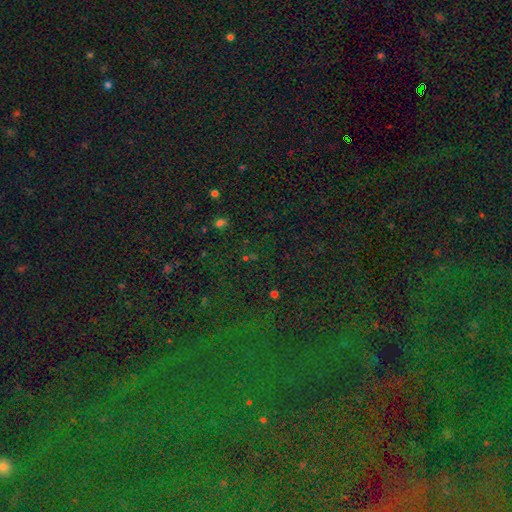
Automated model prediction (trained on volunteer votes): A star or artifact, not a galaxy (83%).